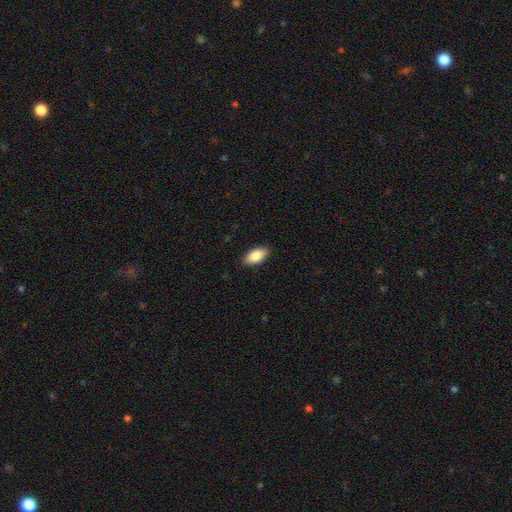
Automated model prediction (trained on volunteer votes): smooth-or-featured: smooth: 85% | featured or disk: 8% | star or artifact: 6%
  how-rounded: in between: 92% | cigar-shaped: 5% | round: 3%
  merging: none: 88% | minor disturbance: 9% | major disturbance: 2% | merger: 1%